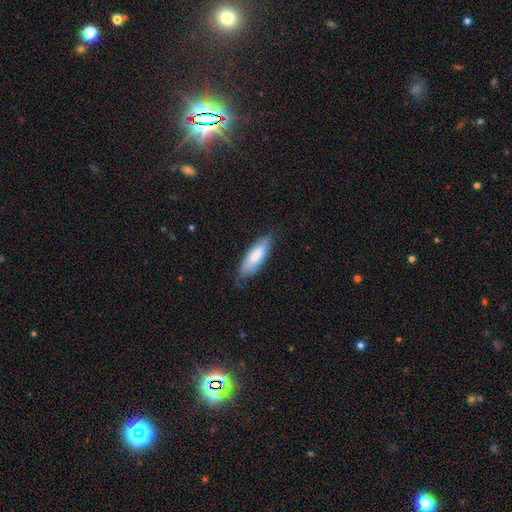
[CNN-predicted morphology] This appears to be a smooth galaxy with no disk features (76%) that is in between round and cigar-shaped (53%). Merging: none (75%).